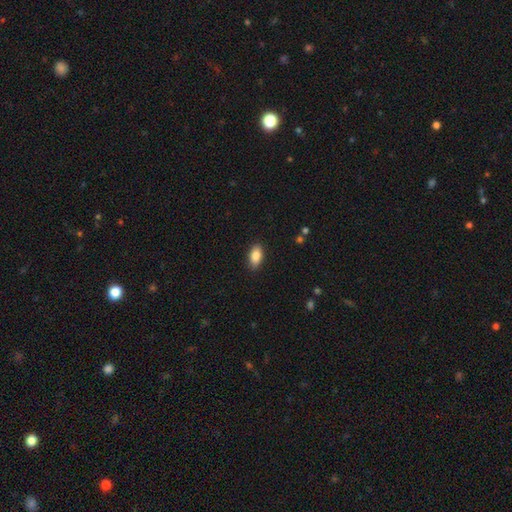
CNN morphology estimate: Overall: smooth (87%). How rounded: in between (91%). Merging: none (88%).